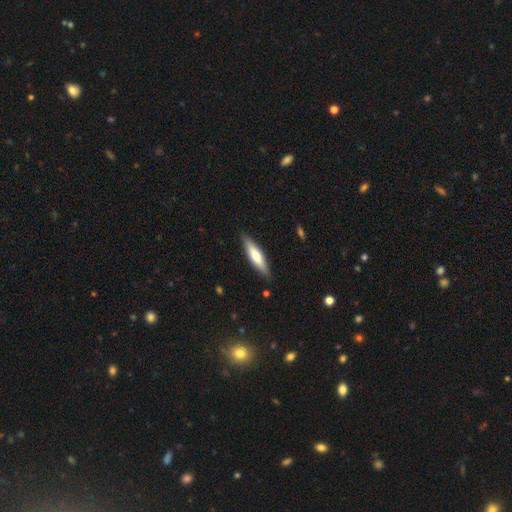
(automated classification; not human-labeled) The model was most divided on "smooth or featured": smooth: 61%, featured or disk: 34%, star or artifact: 5%. More confident: merging — none (87%); how rounded — cigar-shaped (74%).